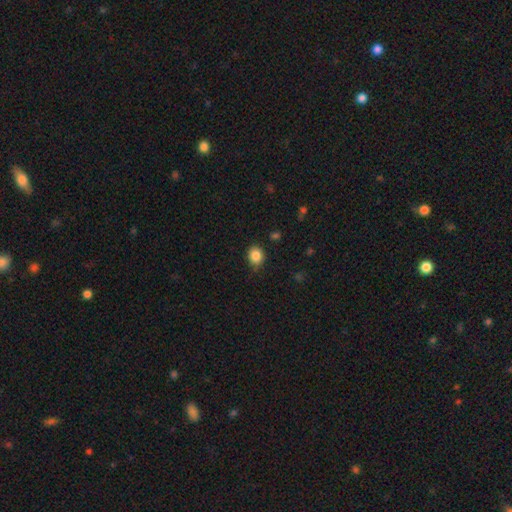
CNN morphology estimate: type=smooth (85%); roundness=round (66%); merging=none (76%).